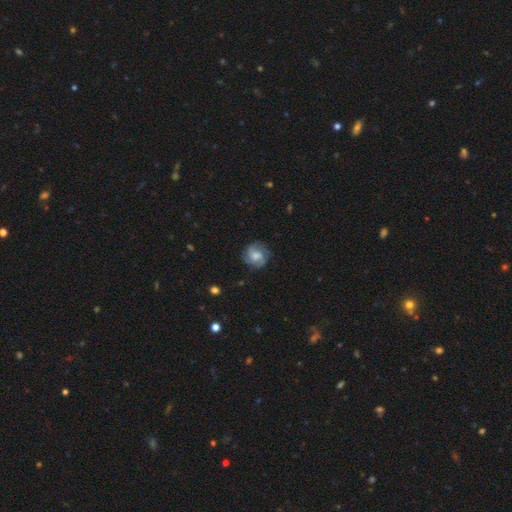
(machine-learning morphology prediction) Smooth or featured?
  - featured or disk: 57% *
  - smooth: 35%
  - star or artifact: 8%
Edge-on disk?
  - no: 97% *
  - yes: 3%
Bar?
  - no: 62% *
  - weak: 33%
  - strong: 6%
Spiral arms?
  - yes: 89% *
  - no: 11%
Bulge size?
  - moderate: 50% *
  - large: 21%
  - small: 19%
  - none: 8%
  - dominant: 2%
Merging?
  - none: 77% *
  - minor disturbance: 16%
  - major disturbance: 6%
  - merger: 1%